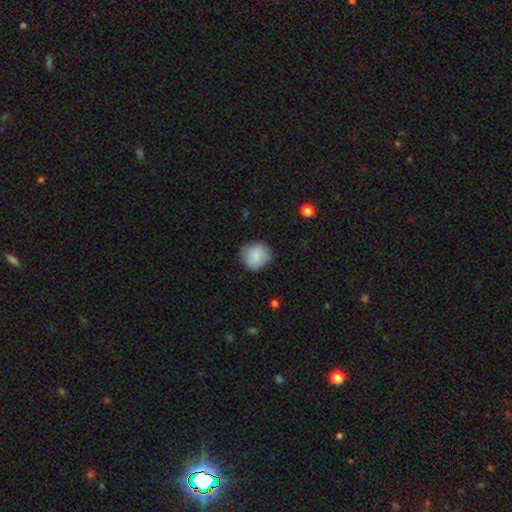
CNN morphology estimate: Overall: smooth (83%). How rounded: round (88%). Merging: none (78%).